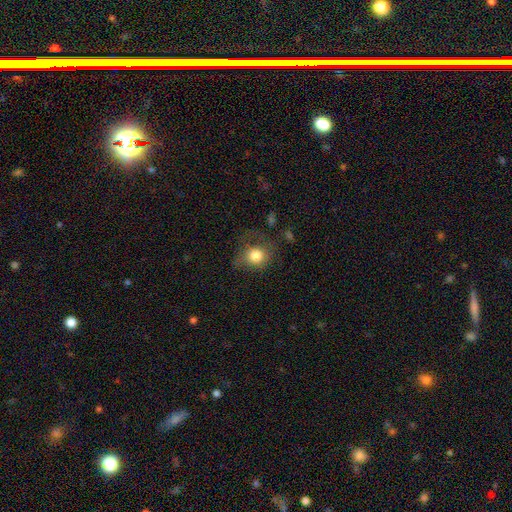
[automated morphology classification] Smooth or featured: smooth — 78% (featured or disk — 13%)
How rounded: round — 68% (in between — 30%)
Merging: none — 47% (minor disturbance — 27%)